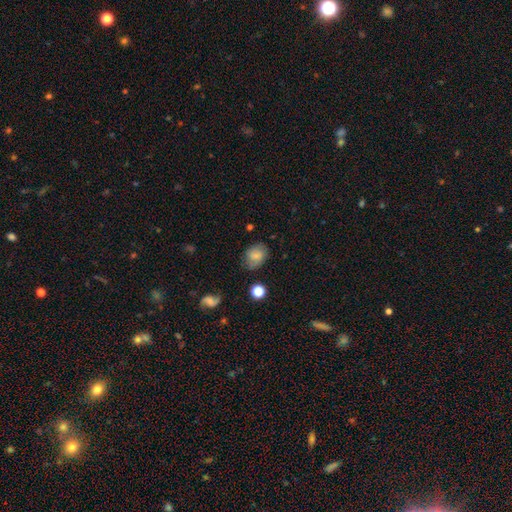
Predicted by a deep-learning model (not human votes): Overall: smooth (71%). How rounded: in between (63%; round 36%). Merging: none (71%).